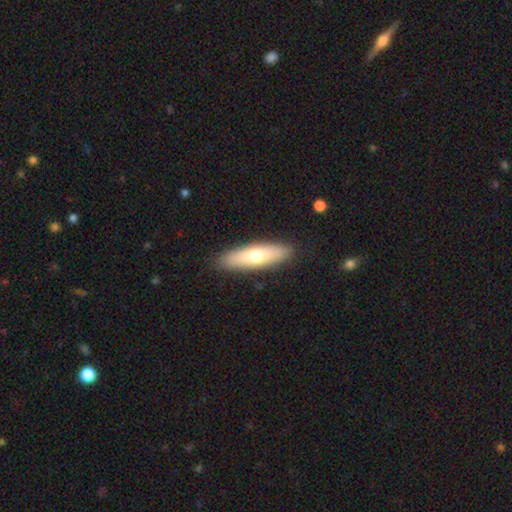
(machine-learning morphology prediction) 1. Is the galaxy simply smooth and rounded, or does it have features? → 65% smooth, 30% featured or disk, 5% star or artifact.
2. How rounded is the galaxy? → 61% cigar-shaped, 37% in between, 2% round.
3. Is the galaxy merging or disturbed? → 89% none, 8% minor disturbance, 2% major disturbance, 1% merger.